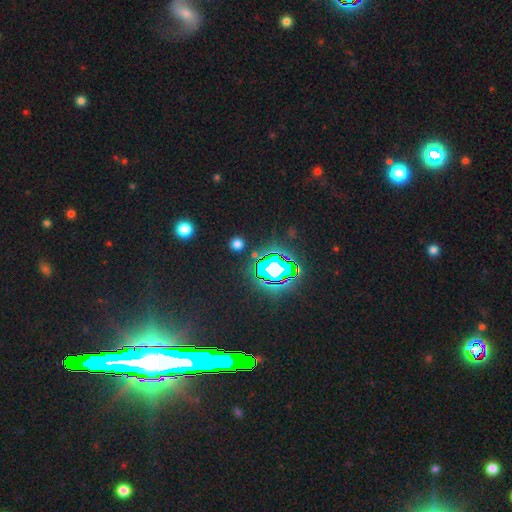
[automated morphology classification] This appears to be a star or artifact, not a galaxy (73%).